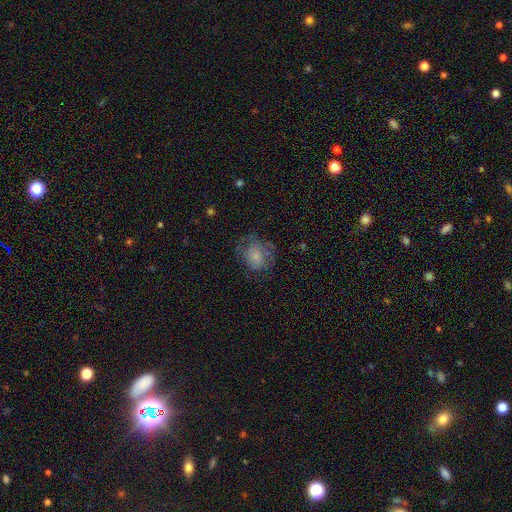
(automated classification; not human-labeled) Smooth or featured? Predicted: smooth (p=0.63). How rounded? Predicted: round (p=0.68). Merging? Predicted: none (p=0.55).